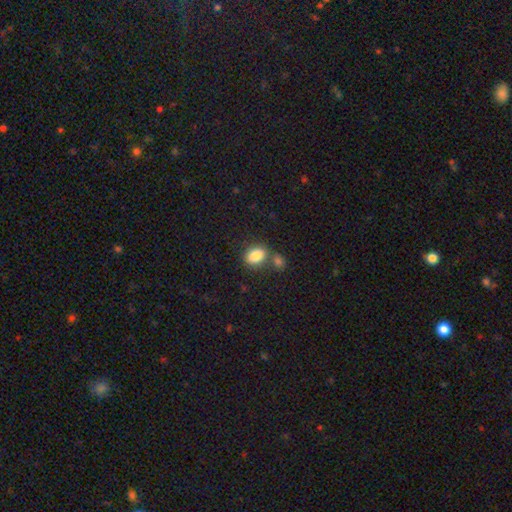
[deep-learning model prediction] Q: Smooth or featured?
A: smooth (86%); runner-up: star or artifact (8%)
Q: How rounded?
A: in between (74%); runner-up: round (25%)
Q: Merging?
A: none (61%); runner-up: merger (23%)